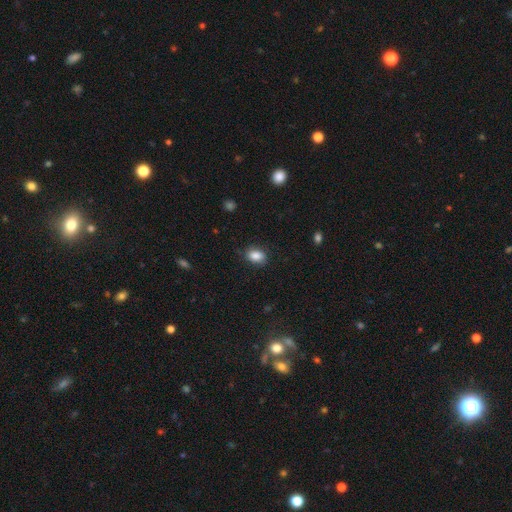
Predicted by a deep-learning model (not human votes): Smooth or featured? smooth (86%)
How rounded? in between (79%)
Merging? none (81%)